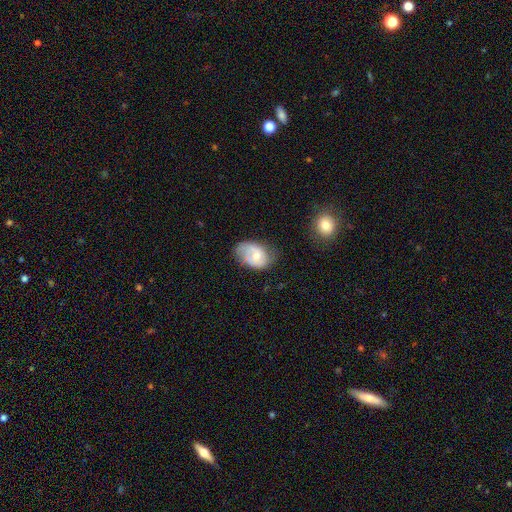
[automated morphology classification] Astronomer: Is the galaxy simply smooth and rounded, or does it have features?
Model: featured or disk — 47% (runner-up: smooth, 46%).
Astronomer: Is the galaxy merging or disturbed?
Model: none — 51% (runner-up: minor disturbance, 33%).